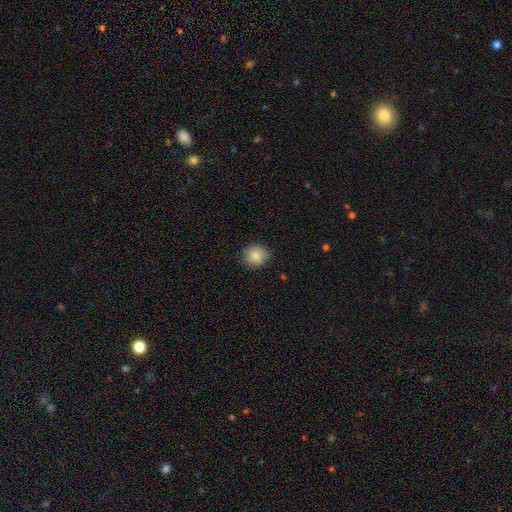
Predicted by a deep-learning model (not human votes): smooth 87%, star or artifact 8%, featured or disk 5%. Down the decision tree: how rounded — round (88%); merging — none (86%).